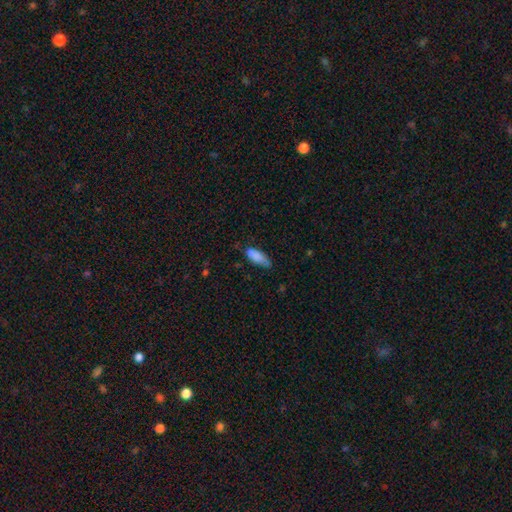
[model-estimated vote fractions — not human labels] A smooth galaxy with no disk features (84%) that is in between round and cigar-shaped (73%). Merging: none (55%).